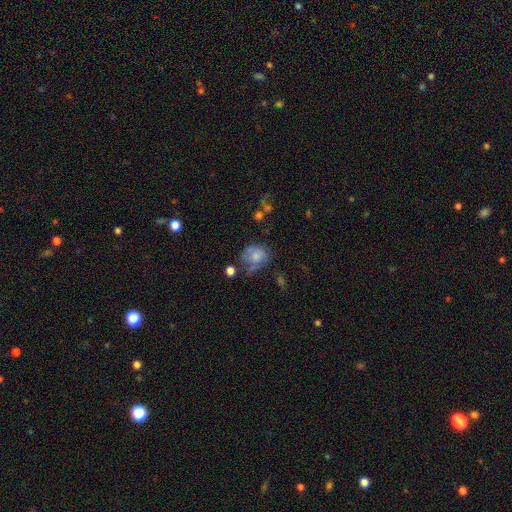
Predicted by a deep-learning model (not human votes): smooth-or-featured: smooth: 66% | featured or disk: 24% | star or artifact: 10%
  how-rounded: round: 57% | in between: 42% | cigar-shaped: 1%
  merging: none: 38% | minor disturbance: 30% | major disturbance: 21% | merger: 11%